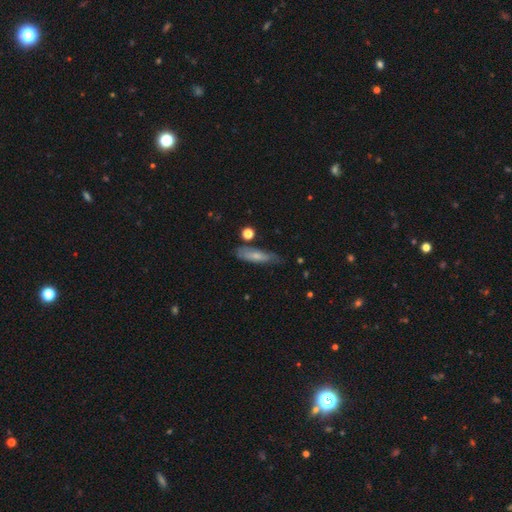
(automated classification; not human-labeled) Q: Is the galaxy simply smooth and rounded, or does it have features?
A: smooth — 66%.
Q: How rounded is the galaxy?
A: cigar-shaped — 62%.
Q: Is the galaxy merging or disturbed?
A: none — 64%.